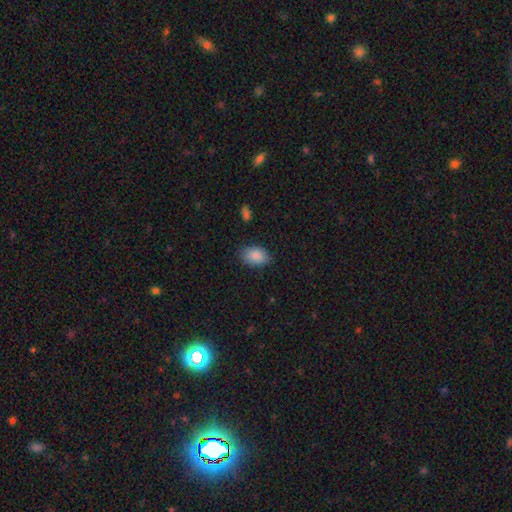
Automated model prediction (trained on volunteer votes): Morphology: type=smooth (87%); roundness=in between (83%); merging=none (79%).